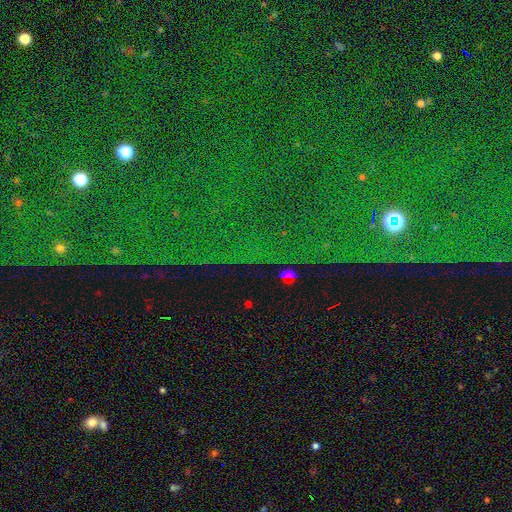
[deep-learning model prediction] Smooth or featured? star or artifact (84%)